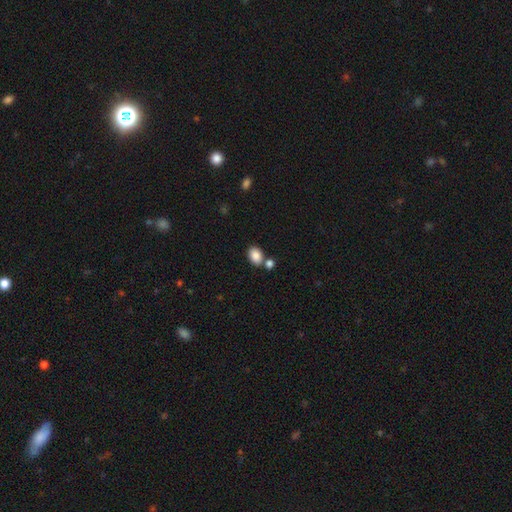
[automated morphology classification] type=smooth (87%); roundness=in between (81%); merging=none (65%).